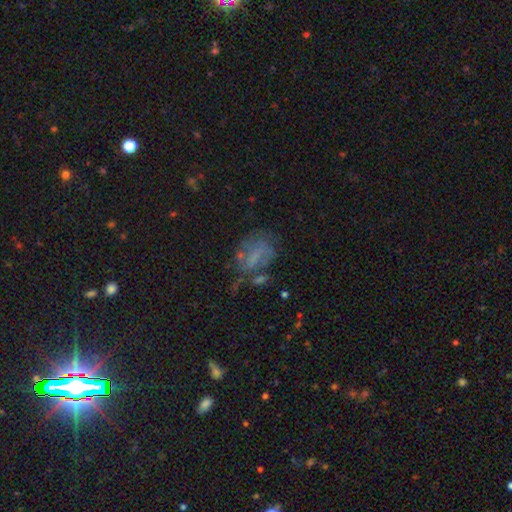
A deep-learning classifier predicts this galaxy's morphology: Smooth or featured? Predicted: smooth (p=0.40). Merging? Predicted: none (p=0.40).